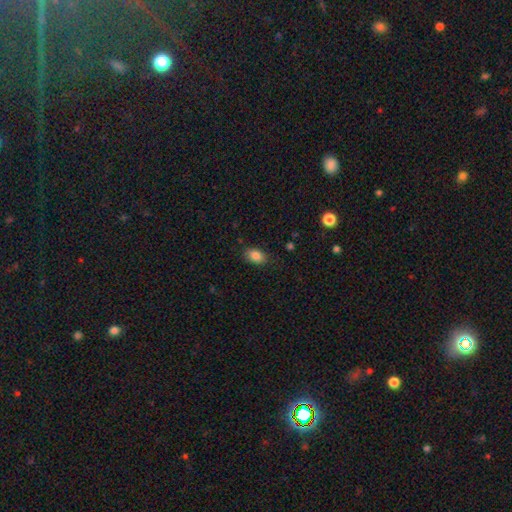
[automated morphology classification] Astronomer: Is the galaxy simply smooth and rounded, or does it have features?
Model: smooth — 85%.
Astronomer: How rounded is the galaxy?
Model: in between — 86%.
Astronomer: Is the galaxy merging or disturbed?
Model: none — 83%.